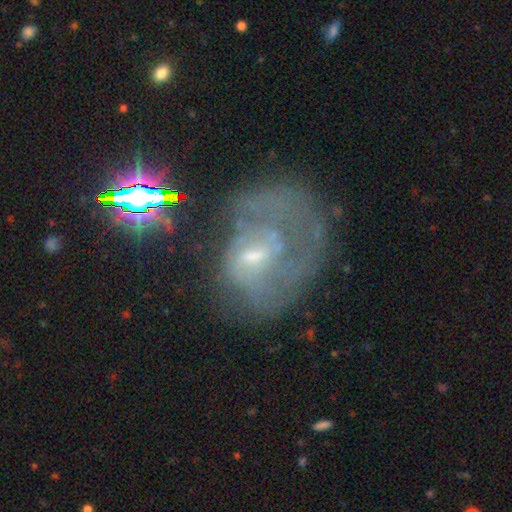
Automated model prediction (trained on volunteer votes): smooth-or-featured: featured or disk: 66% | smooth: 21% | star or artifact: 14%
  disk-edge-on: no: 97% | yes: 3%
    bar: no: 47% | weak: 43% | strong: 10%
    has-spiral-arms: yes: 55% | no: 45%
    bulge-size: small: 41% | moderate: 39% | none: 15% | large: 4% | dominant: 1%
  merging: major disturbance: 43% | none: 31% | minor disturbance: 19% | merger: 7%